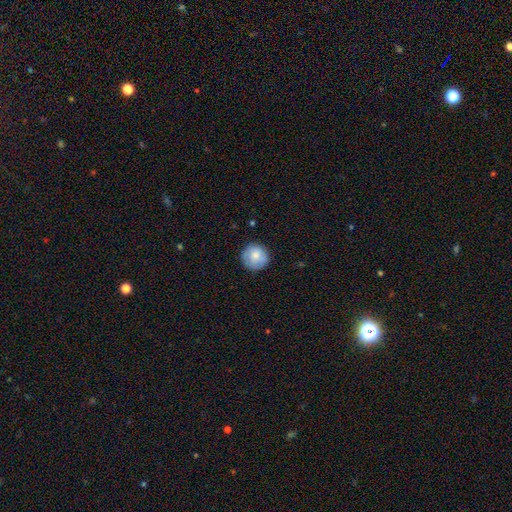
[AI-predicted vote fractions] Smooth or featured? smooth (75%)
How rounded? round (95%)
Merging? none (84%)